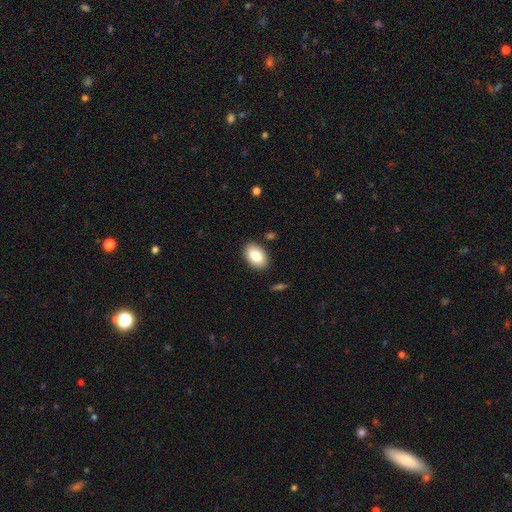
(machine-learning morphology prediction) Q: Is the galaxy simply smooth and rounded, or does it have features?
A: smooth — 83%.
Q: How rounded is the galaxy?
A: in between — 89%.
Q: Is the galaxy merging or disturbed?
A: none — 87%.